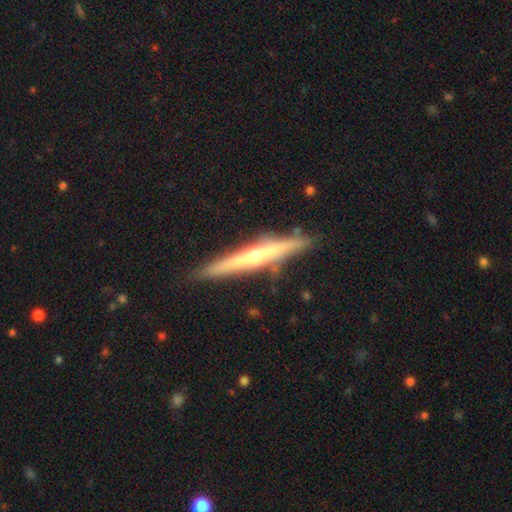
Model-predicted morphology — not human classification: smooth_or_featured: featured or disk (p=0.70) [alt: smooth p=0.24]
disk_edge_on: yes (p=0.97) [alt: no p=0.03]
edge_on_bulge: rounded (p=0.73) [alt: none p=0.22]
merging: none (p=0.87) [alt: minor disturbance p=0.09]